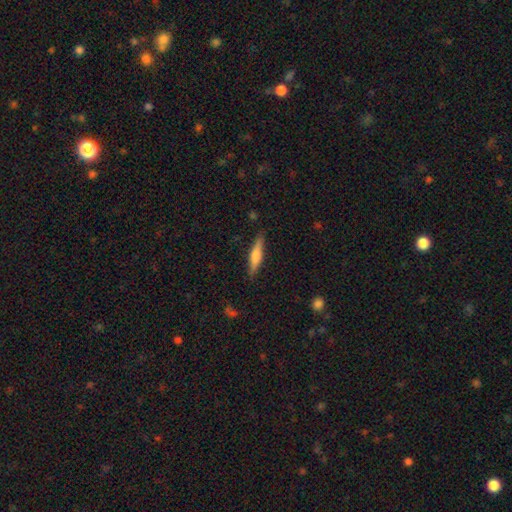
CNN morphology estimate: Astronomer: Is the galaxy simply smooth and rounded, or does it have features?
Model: smooth — 53% (runner-up: featured or disk, 41%).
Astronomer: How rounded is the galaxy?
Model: cigar-shaped — 83%.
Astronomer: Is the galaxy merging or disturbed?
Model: none — 86%.